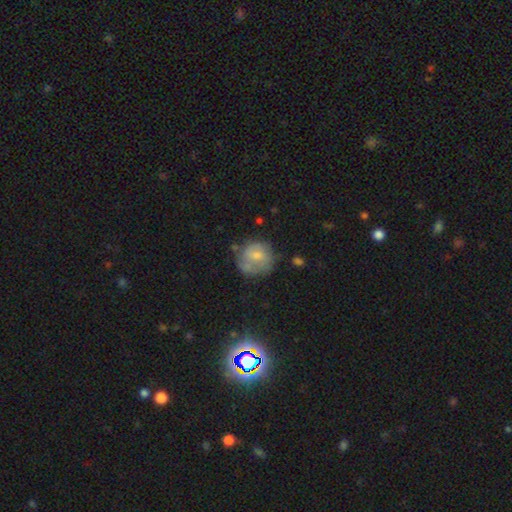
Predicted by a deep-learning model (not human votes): Smooth or featured? Predicted: smooth (p=0.57). How rounded? Predicted: round (p=0.81). Merging? Predicted: none (p=0.50).